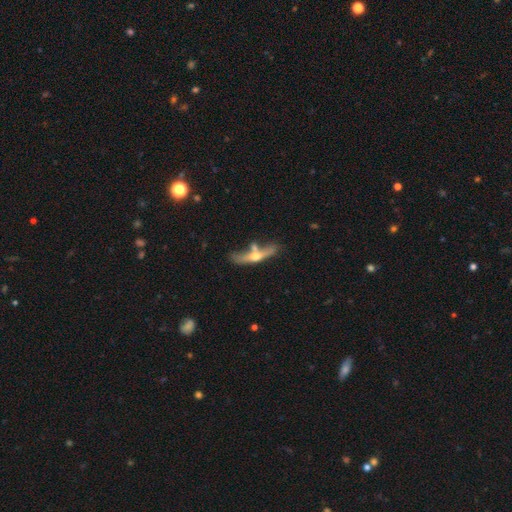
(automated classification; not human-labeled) Smooth or featured? Predicted: featured or disk (p=0.59). Edge-on disk? Predicted: yes (p=0.86). Edge-on bulge? Predicted: rounded (p=0.92). Merging? Predicted: none (p=0.45).